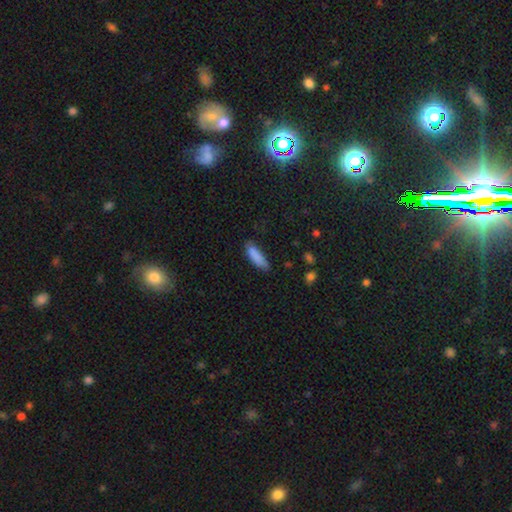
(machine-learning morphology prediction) A smooth galaxy with no disk features (85%) that is cigar-shaped (52%).

Vote fractions:
- Smooth or featured? smooth: 85% / featured or disk: 8% / star or artifact: 7%
- How rounded? cigar-shaped: 52% / in between: 46% / round: 2%
- Merging? none: 66% / minor disturbance: 26% / major disturbance: 5% / merger: 3%